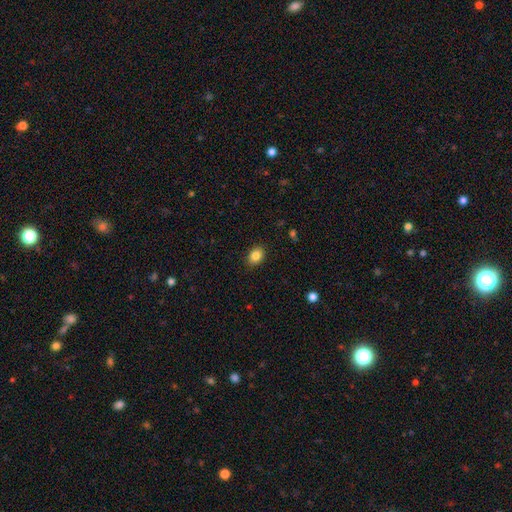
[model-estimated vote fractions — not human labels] Q: Smooth or featured?
A: smooth (85%); runner-up: star or artifact (9%)
Q: How rounded?
A: in between (69%); runner-up: round (30%)
Q: Merging?
A: none (89%); runner-up: minor disturbance (8%)